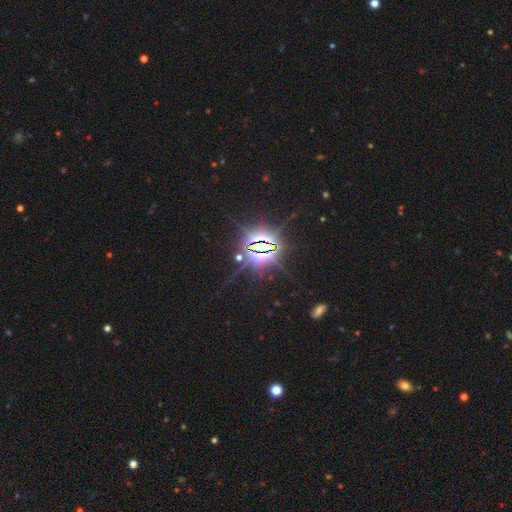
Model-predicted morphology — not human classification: star or artifact 87%, featured or disk 7%, smooth 7%.